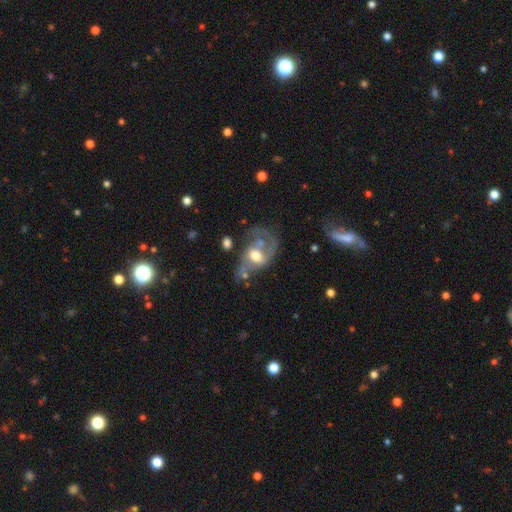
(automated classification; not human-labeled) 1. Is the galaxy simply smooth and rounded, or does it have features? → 70% featured or disk, 23% smooth, 7% star or artifact.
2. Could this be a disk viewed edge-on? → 96% no, 4% yes.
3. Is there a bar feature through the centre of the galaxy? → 44% no, 41% weak, 15% strong.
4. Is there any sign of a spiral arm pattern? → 73% yes, 27% no.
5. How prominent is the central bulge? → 64% moderate, 20% large, 12% small, 2% none, 2% dominant.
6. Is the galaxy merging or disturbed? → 35% none, 30% major disturbance, 20% minor disturbance, 15% merger.